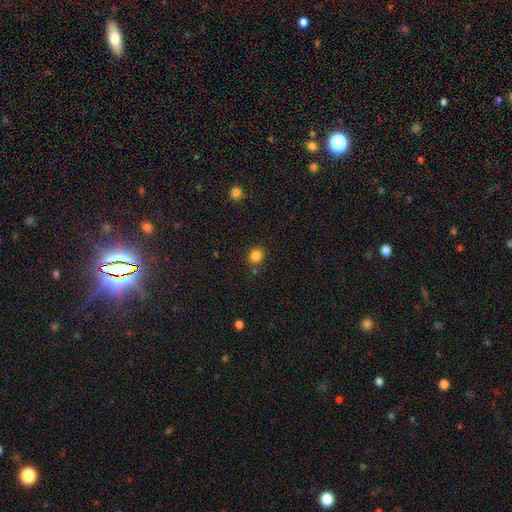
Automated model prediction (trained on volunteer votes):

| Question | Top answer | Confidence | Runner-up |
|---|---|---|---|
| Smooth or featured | smooth | 84% | star or artifact (12%) |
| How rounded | round | 62% | in between (37%) |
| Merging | none | 82% | minor disturbance (10%) |